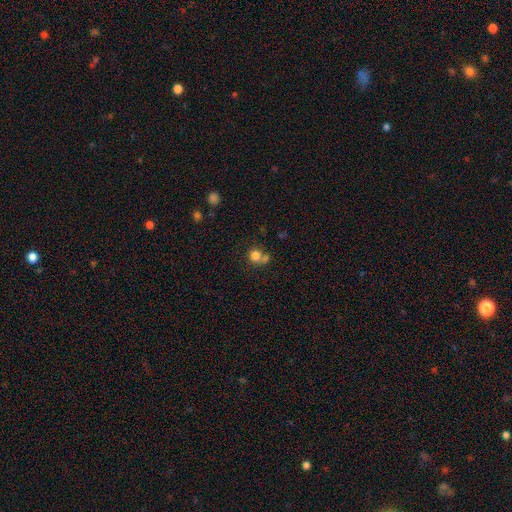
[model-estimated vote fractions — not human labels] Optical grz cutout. It shows a smooth galaxy with no disk features (80%) that is round (84%). Merging: none (48%).